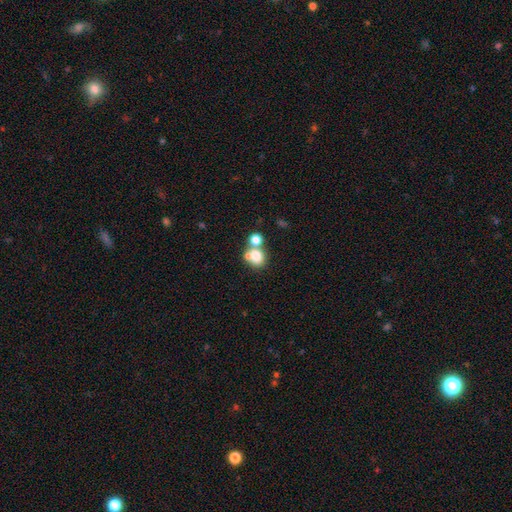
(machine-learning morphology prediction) Smooth or featured?
  - smooth: 74% *
  - featured or disk: 13%
  - star or artifact: 12%
How rounded?
  - round: 63% *
  - in between: 36%
  - cigar-shaped: 1%
Merging?
  - merger: 47% *
  - none: 40%
  - minor disturbance: 8%
  - major disturbance: 5%